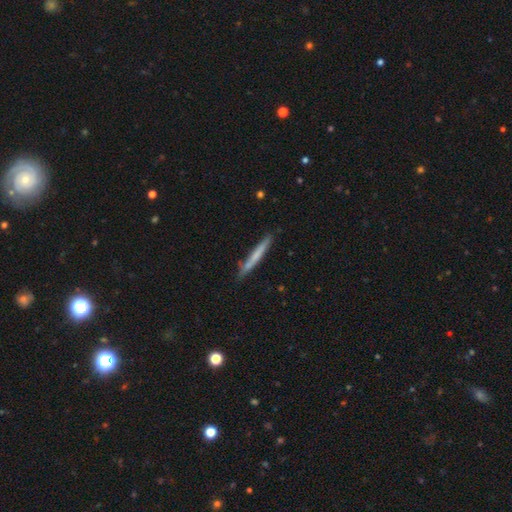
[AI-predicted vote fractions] Smooth or featured?
  - smooth: 60% *
  - featured or disk: 34%
  - star or artifact: 6%
How rounded?
  - cigar-shaped: 96% *
  - in between: 2%
  - round: 1%
Merging?
  - none: 85% *
  - minor disturbance: 11%
  - merger: 2%
  - major disturbance: 2%